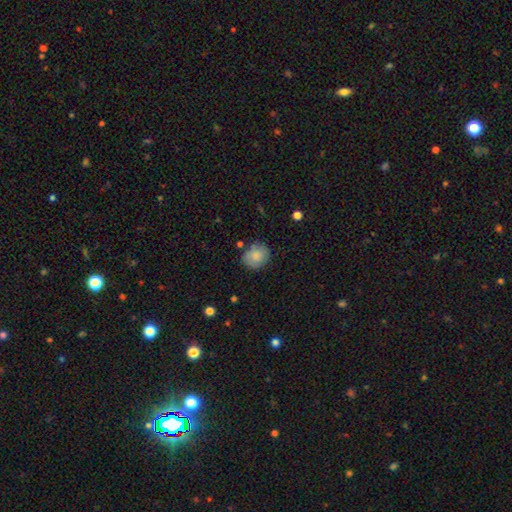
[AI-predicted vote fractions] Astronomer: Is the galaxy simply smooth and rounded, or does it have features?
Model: smooth — 81%.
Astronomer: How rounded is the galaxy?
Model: round — 72%.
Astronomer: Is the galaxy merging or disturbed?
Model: none — 76%.